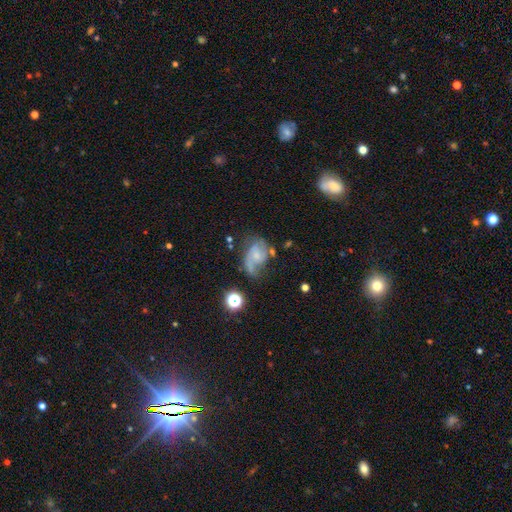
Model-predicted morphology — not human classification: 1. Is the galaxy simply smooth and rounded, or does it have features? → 55% featured or disk, 32% smooth, 12% star or artifact.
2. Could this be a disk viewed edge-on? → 97% no, 3% yes.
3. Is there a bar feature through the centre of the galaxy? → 68% no, 27% weak, 5% strong.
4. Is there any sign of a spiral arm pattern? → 76% yes, 24% no.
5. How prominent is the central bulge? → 55% small, 21% moderate, 20% none, 3% large, 1% dominant.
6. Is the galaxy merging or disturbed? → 32% none (tied), 32% major disturbance (tied), 27% minor disturbance, 9% merger.